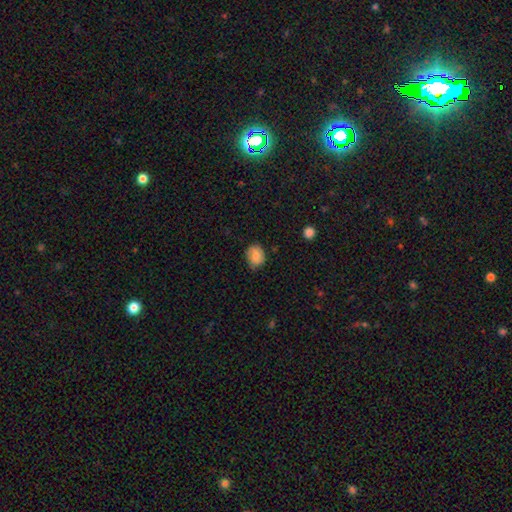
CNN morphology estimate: Smooth or featured? smooth (71%)
How rounded? round (50%)
Merging? none (72%)